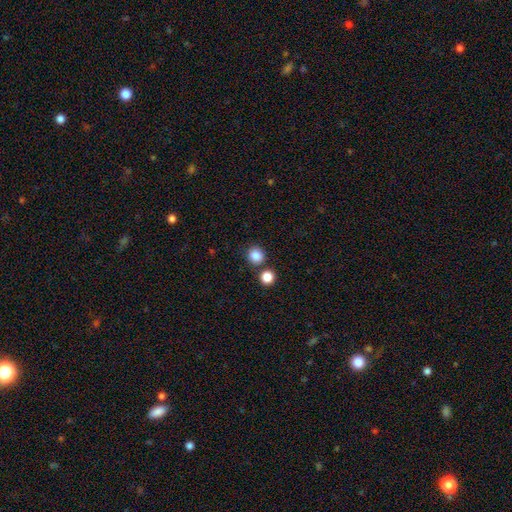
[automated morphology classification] This appears to be a smooth galaxy with no disk features (85%) that is round (90%). Merging: none (81%).